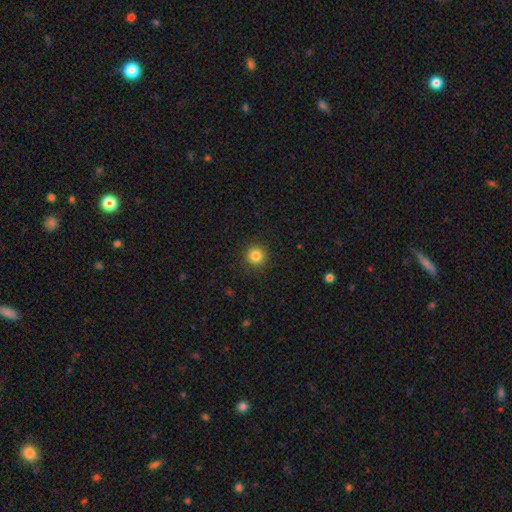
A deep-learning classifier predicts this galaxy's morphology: smooth-or-featured: smooth: 84% | star or artifact: 12% | featured or disk: 5%
  how-rounded: round: 95% | in between: 4% | cigar-shaped: 1%
  merging: none: 91% | minor disturbance: 6% | major disturbance: 2% | merger: 1%